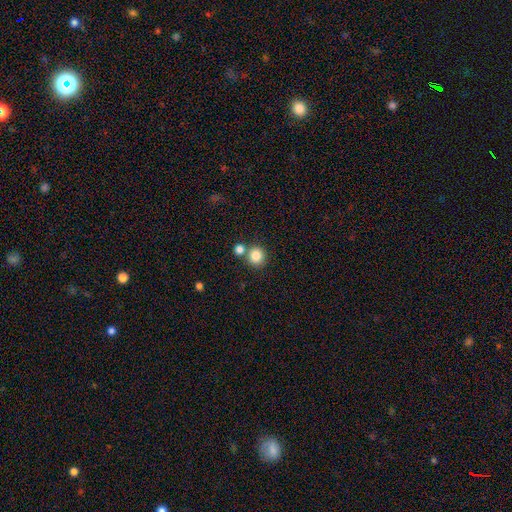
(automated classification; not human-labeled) This appears to be a smooth galaxy with no disk features (84%) that is round (89%). Merging: none (68%).